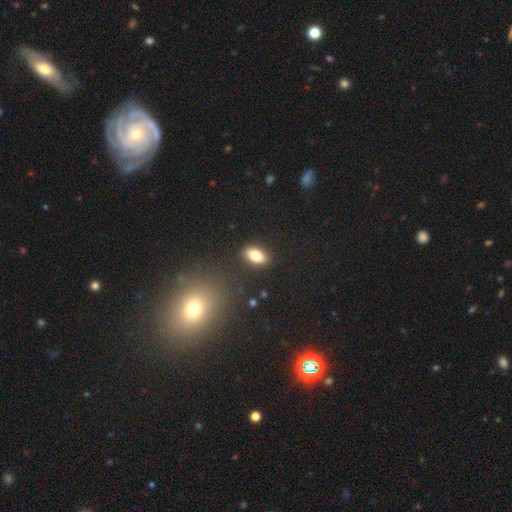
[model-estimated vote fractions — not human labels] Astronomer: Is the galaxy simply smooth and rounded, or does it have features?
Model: smooth — 81%.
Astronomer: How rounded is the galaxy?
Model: in between — 89%.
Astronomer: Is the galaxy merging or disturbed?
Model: none — 88%.